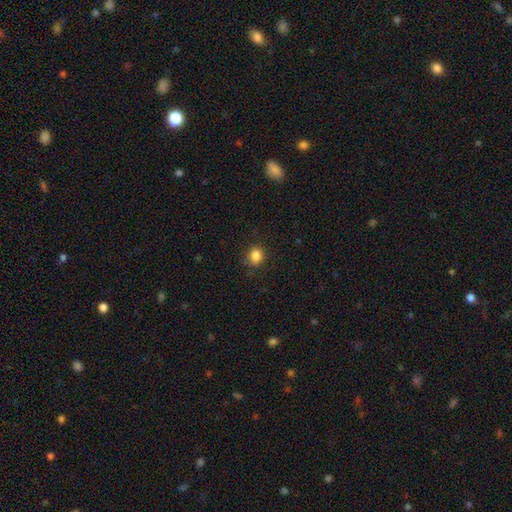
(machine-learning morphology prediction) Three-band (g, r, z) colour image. It shows a smooth galaxy with no disk features (85%) that is round (71%). Merging: none (84%).